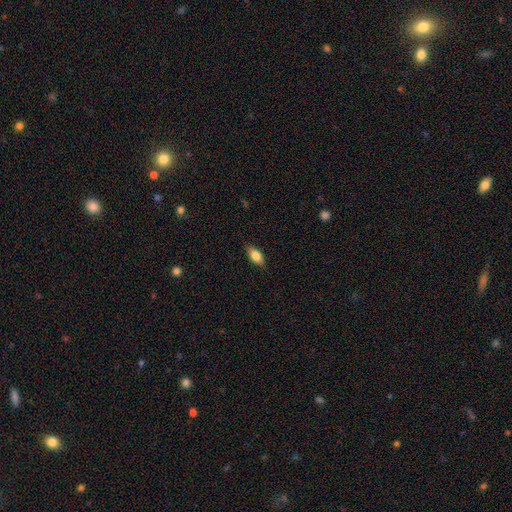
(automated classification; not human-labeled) Morphology: type=smooth (79%); roundness=in between (87%); merging=none (85%).